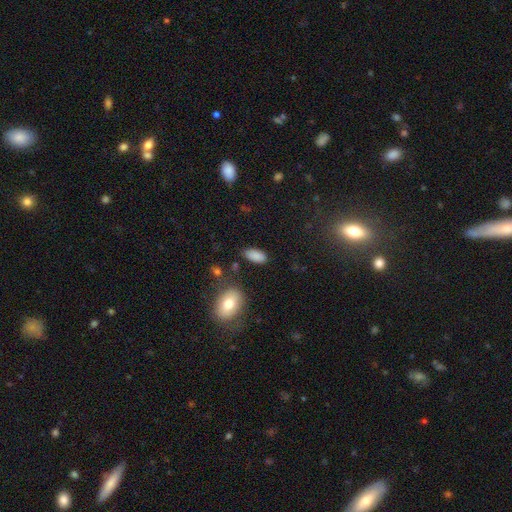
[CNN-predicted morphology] Smooth or featured?
  - smooth: 87% *
  - star or artifact: 8%
  - featured or disk: 5%
How rounded?
  - in between: 91% *
  - cigar-shaped: 6%
  - round: 3%
Merging?
  - none: 78% *
  - minor disturbance: 14%
  - major disturbance: 4%
  - merger: 3%